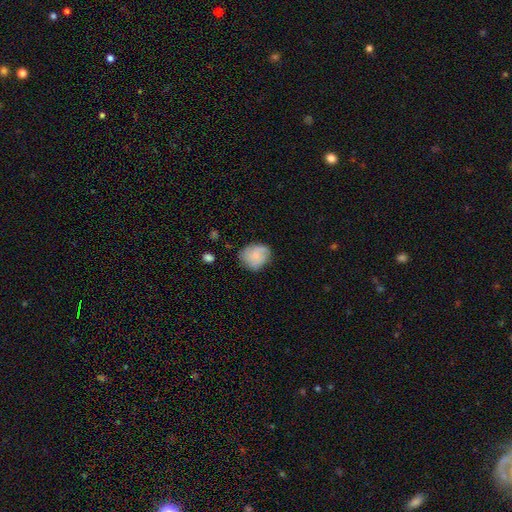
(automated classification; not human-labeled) Smooth or featured? smooth (59%)
How rounded? round (64%)
Merging? none (63%)